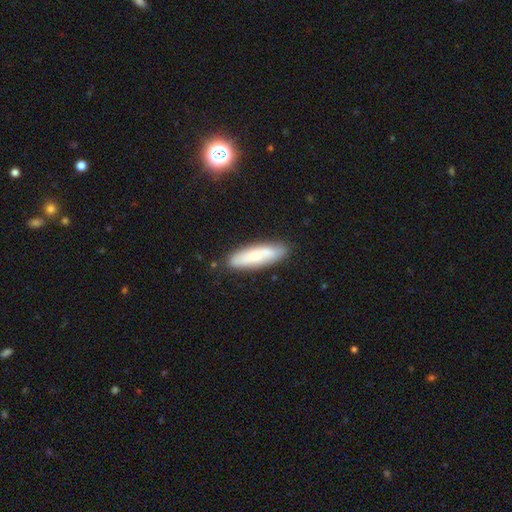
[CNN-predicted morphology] Overall: smooth (61%; featured or disk 32%). How rounded: cigar-shaped (58%; in between 40%). Merging: none (82%).